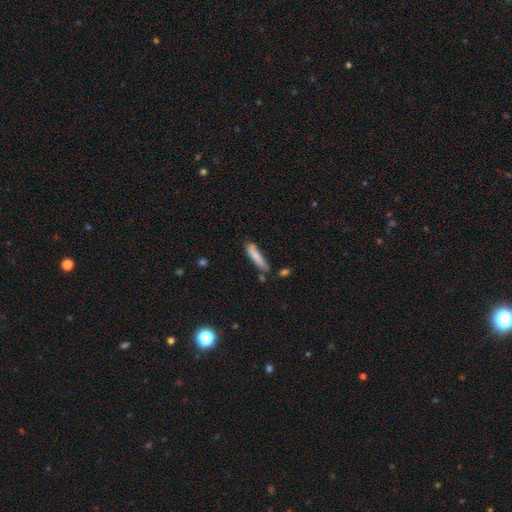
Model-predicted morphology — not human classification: smooth_or_featured: smooth (p=0.79) [alt: featured or disk p=0.14]
how_rounded: cigar-shaped (p=0.87) [alt: in between p=0.12]
merging: none (p=0.67) [alt: minor disturbance p=0.21]